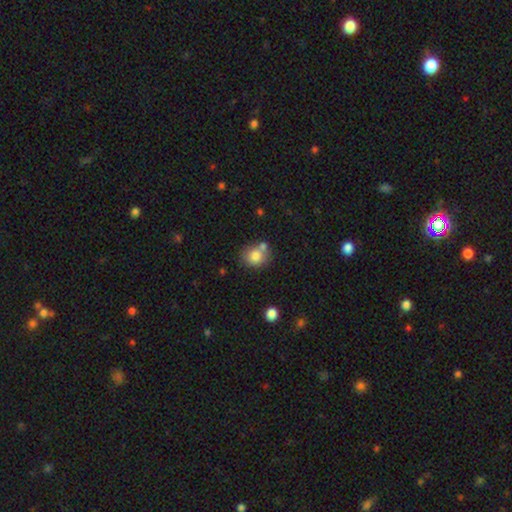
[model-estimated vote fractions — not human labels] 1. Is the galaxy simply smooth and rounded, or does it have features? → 80% smooth, 10% featured or disk, 10% star or artifact.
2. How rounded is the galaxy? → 74% round, 25% in between, 1% cigar-shaped.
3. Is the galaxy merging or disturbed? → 59% none, 23% merger, 14% minor disturbance, 4% major disturbance.